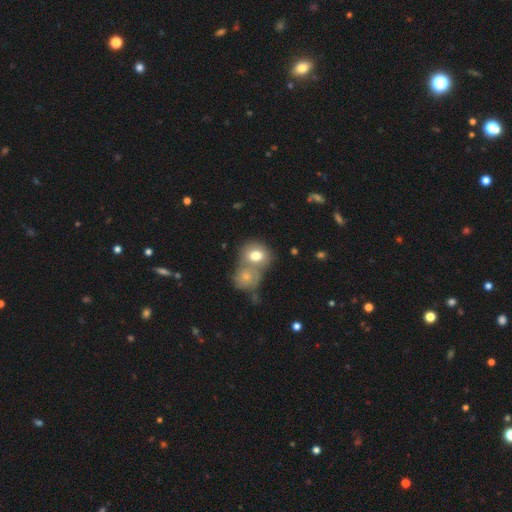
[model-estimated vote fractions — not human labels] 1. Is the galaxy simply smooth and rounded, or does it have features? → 73% smooth, 19% featured or disk, 8% star or artifact.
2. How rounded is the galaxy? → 58% round, 41% in between, 1% cigar-shaped.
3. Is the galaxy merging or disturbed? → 56% merger, 30% none, 9% minor disturbance, 4% major disturbance.